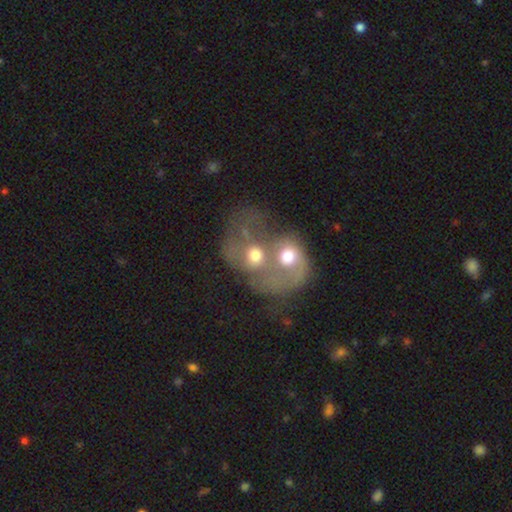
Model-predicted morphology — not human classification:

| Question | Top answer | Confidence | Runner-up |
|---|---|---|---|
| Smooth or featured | featured or disk | 51% | smooth (39%) |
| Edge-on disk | no | 97% | yes (3%) |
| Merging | merger | 81% | major disturbance (9%) |